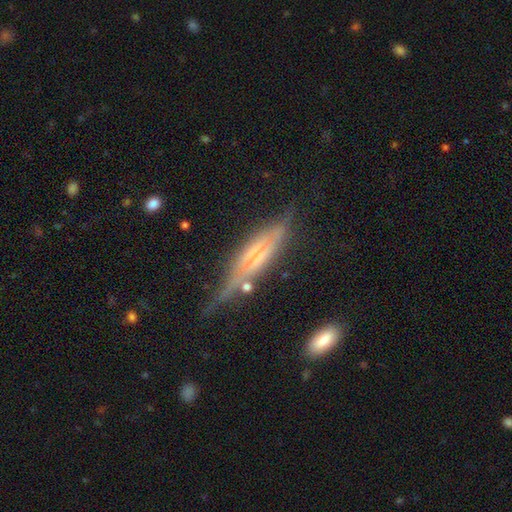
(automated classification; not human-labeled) The model was most divided on "edge-on bulge": rounded: 36%, boxy: 34%, none: 30%. More confident: edge-on disk — yes (92%); smooth or featured — featured or disk (74%); merging — none (63%).